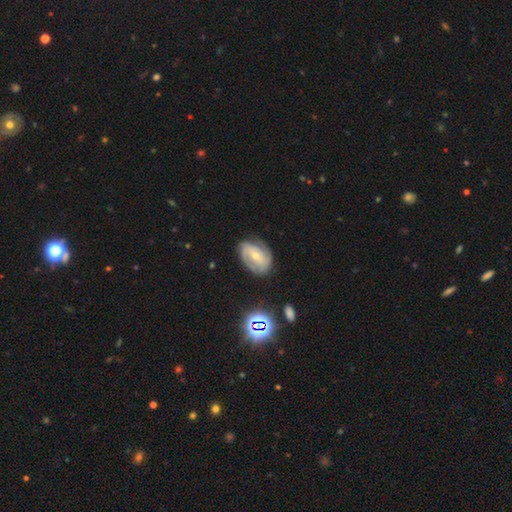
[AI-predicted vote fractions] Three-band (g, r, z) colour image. It shows a featured or disk galaxy (71%) with a weak bar (41%), 2 (56%) tight (47%) spiral arms (85%) and a small central bulge (58%). Merging: none (70%).